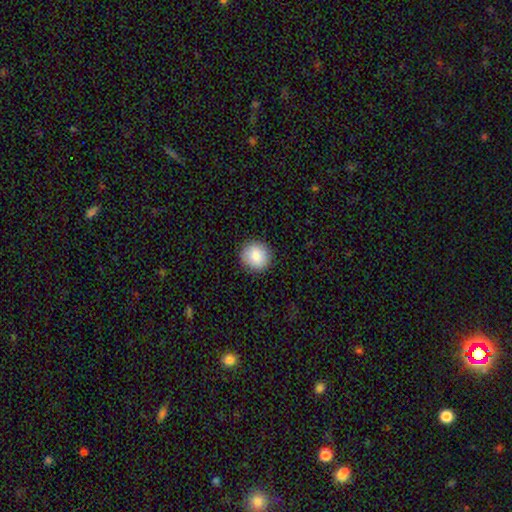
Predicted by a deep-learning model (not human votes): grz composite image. It shows a smooth galaxy with no disk features (83%) that is round (92%). Merging: none (91%).